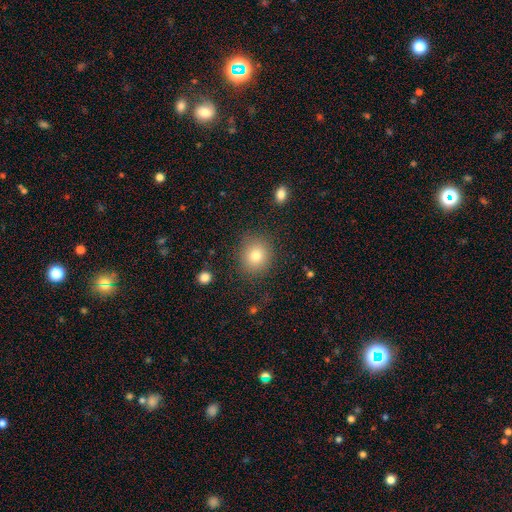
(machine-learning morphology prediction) type=smooth (80%); roundness=round (82%); merging=none (86%).